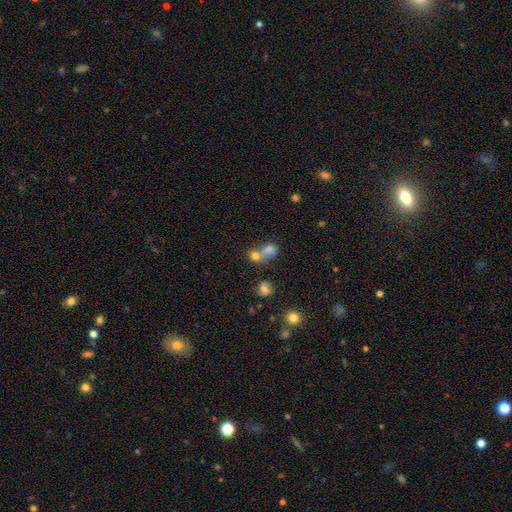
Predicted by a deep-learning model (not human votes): This appears to be a smooth galaxy with no disk features (70%) that is round (56%). Merging: merger (62%).